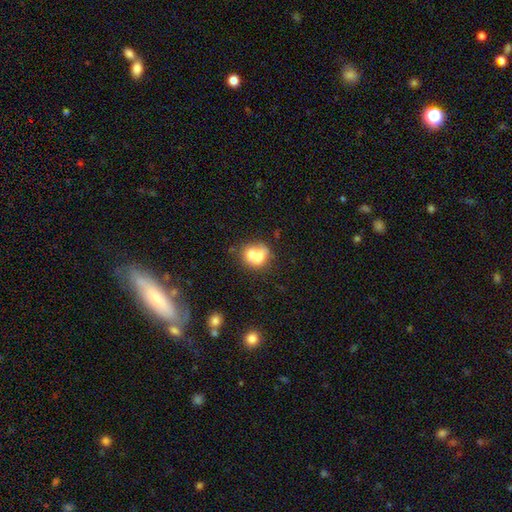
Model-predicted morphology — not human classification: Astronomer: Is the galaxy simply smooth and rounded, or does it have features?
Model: smooth — 65%.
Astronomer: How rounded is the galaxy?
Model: round — 63%.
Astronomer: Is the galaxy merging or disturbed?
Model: merger — 63%.